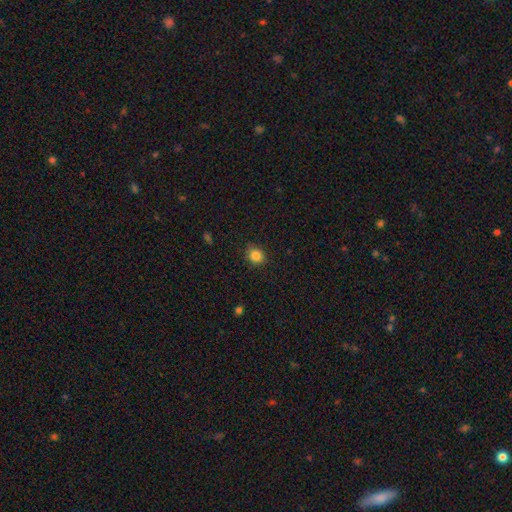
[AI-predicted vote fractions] A smooth galaxy with no disk features (85%) that is round (79%). Merging: none (86%).